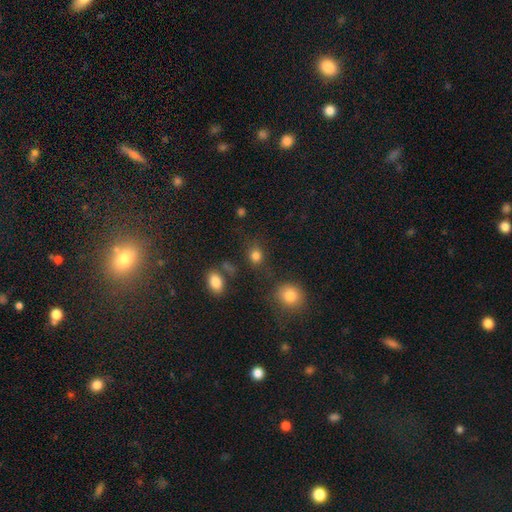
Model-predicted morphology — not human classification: Smooth or featured? smooth (82%)
How rounded? round (68%)
Merging? none (74%)